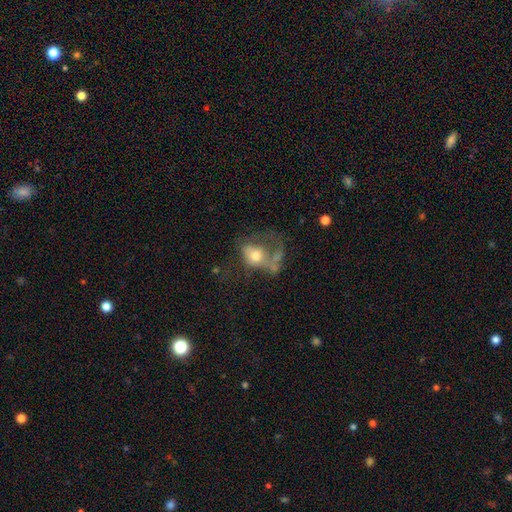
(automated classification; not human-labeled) Overall: smooth (54%; featured or disk 36%). How rounded: in between (57%; round 42%). Merging: major disturbance (52%; none 17%).